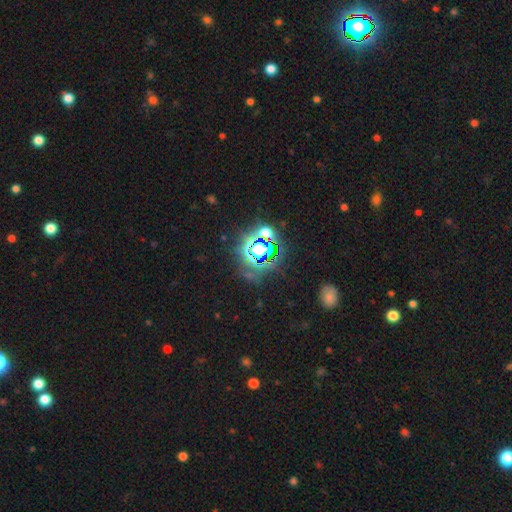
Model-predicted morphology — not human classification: The model was most divided on "smooth or featured": star or artifact: 82%, smooth: 11%, featured or disk: 7%.